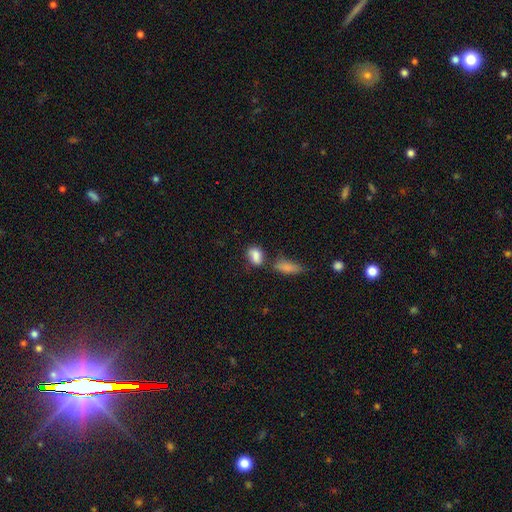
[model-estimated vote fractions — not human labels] This appears to be a smooth galaxy with no disk features (82%) that is in between round and cigar-shaped (79%). Merging: none (52%).